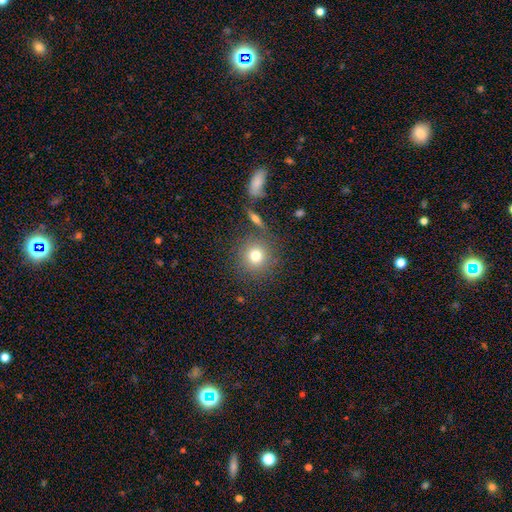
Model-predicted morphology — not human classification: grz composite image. It shows a smooth galaxy with no disk features (76%) that is round (91%). Merging: none (82%).